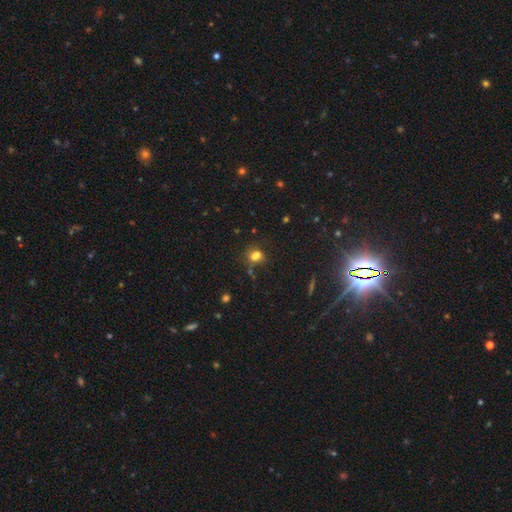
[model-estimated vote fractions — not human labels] This is likely a smooth galaxy (74%). How rounded: possibly in between (56%). Merging: likely none (61%).